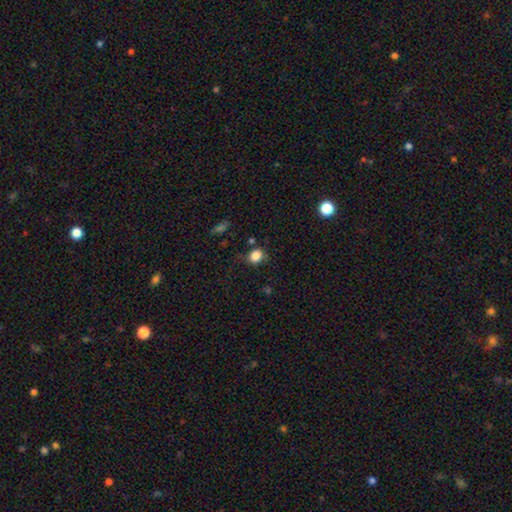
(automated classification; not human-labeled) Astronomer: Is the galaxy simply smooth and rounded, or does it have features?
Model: smooth — 84%.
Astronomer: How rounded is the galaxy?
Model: round — 65%.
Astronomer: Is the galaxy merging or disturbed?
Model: none — 70%.